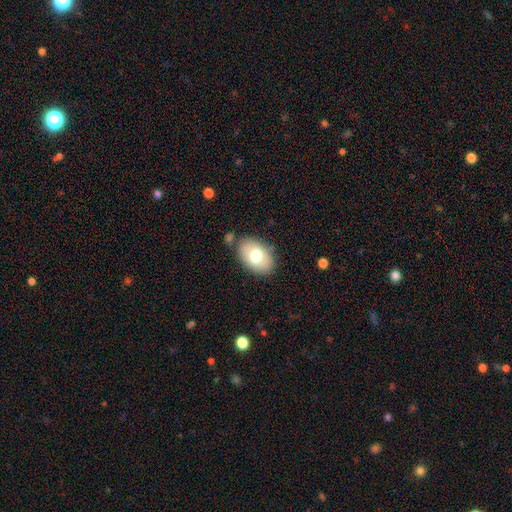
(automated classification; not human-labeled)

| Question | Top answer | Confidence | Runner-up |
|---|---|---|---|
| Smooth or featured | smooth | 72% | featured or disk (21%) |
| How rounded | in between | 87% | round (12%) |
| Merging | none | 80% | minor disturbance (13%) |